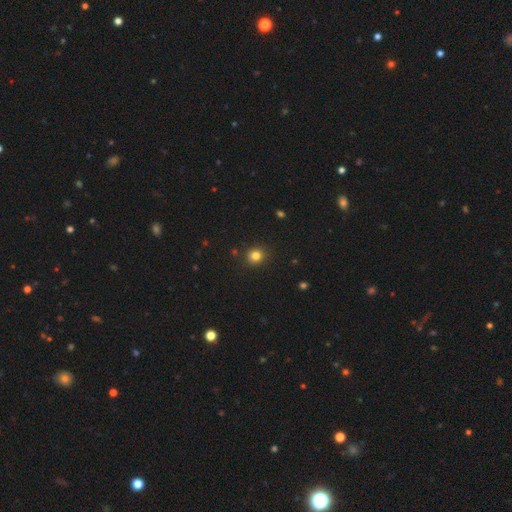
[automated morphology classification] Overall: smooth (81%). How rounded: round (86%). Merging: none (90%).